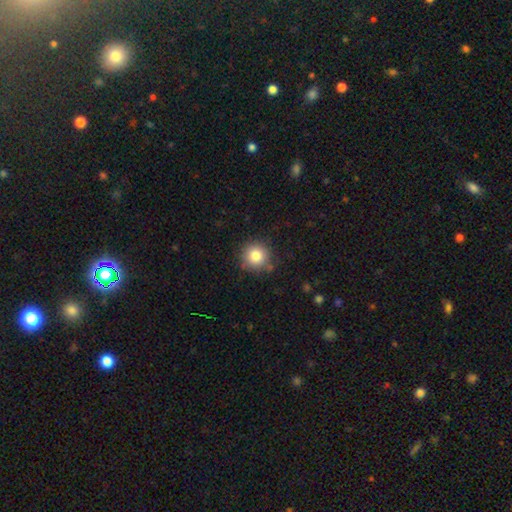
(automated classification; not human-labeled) A smooth galaxy with no disk features (83%) that is round (94%). Merging: none (85%).